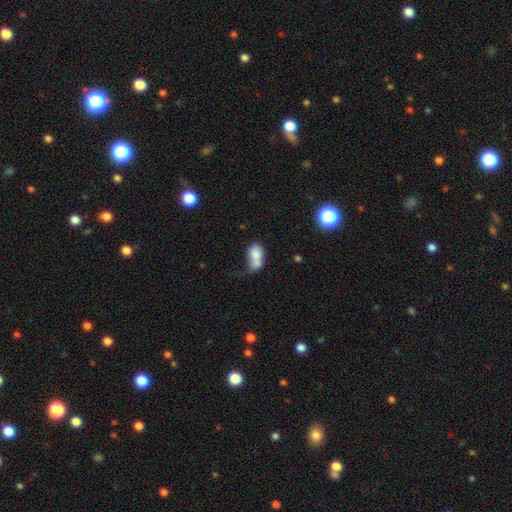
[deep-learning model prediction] Smooth or featured: smooth — 73% (featured or disk — 16%)
How rounded: in between — 83% (round — 14%)
Merging: merger — 41% (none — 22%)